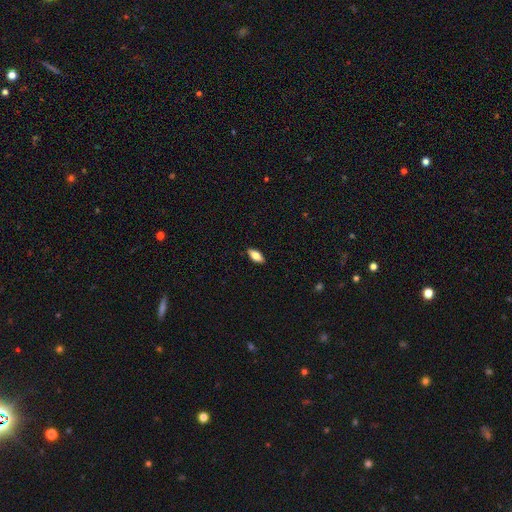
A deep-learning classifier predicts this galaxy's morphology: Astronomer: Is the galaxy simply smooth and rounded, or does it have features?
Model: smooth — 73%.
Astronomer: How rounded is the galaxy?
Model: in between — 85%.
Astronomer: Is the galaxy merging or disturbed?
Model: none — 89%.